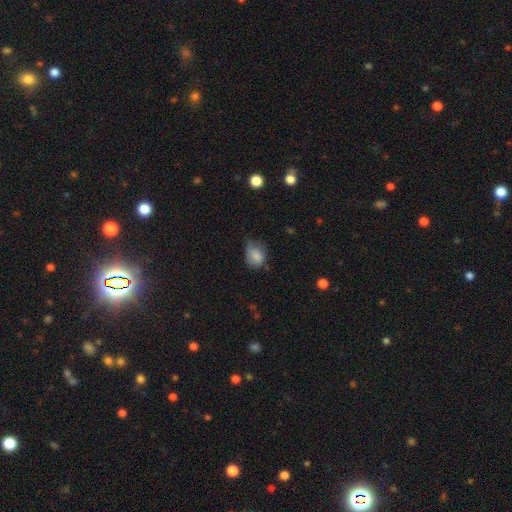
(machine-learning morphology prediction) This is clearly a smooth galaxy (81%). How rounded: likely in between (64%). Merging: marginally minor disturbance (43%).